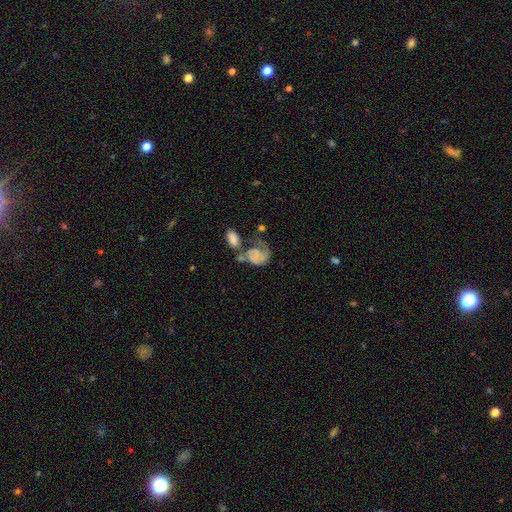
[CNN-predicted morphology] The model was most divided on "smooth or featured": featured or disk: 48%, smooth: 44%, star or artifact: 8%. Remaining: merging — merger (34%).